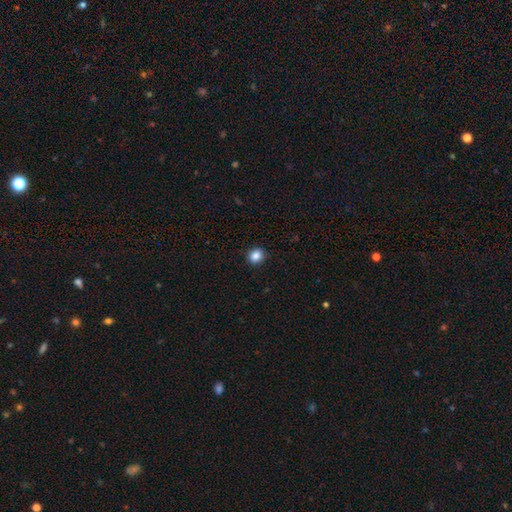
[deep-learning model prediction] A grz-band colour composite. It shows a smooth galaxy with no disk features (86%) that is round (78%). Merging: none (90%).